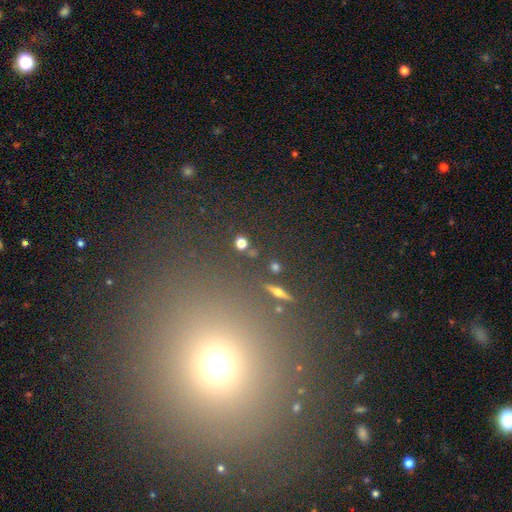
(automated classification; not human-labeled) This is possibly a smooth galaxy (58%). How rounded: clearly round (86%). Merging: clearly none (88%).